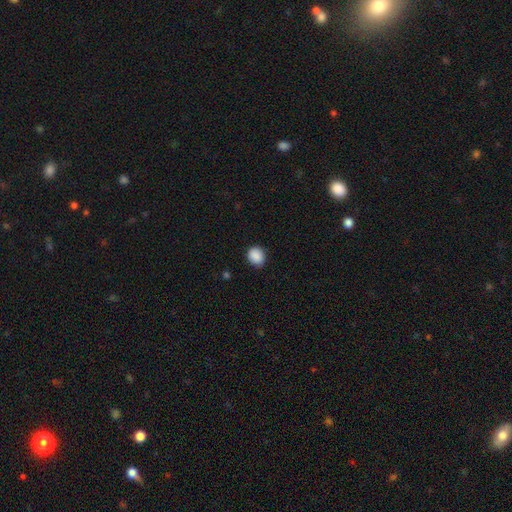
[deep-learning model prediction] smooth 89%, star or artifact 8%, featured or disk 3%. Down the decision tree: how rounded — round (72%); merging — none (86%).